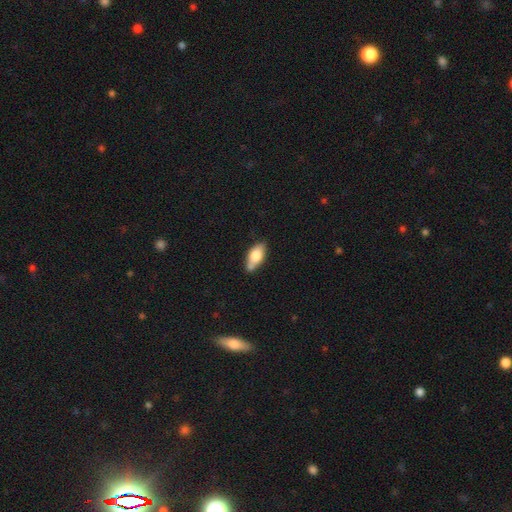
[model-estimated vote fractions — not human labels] smooth-or-featured: smooth: 74% | featured or disk: 19% | star or artifact: 7%
  how-rounded: in between: 87% | cigar-shaped: 9% | round: 4%
  merging: none: 57% | minor disturbance: 21% | merger: 17% | major disturbance: 4%